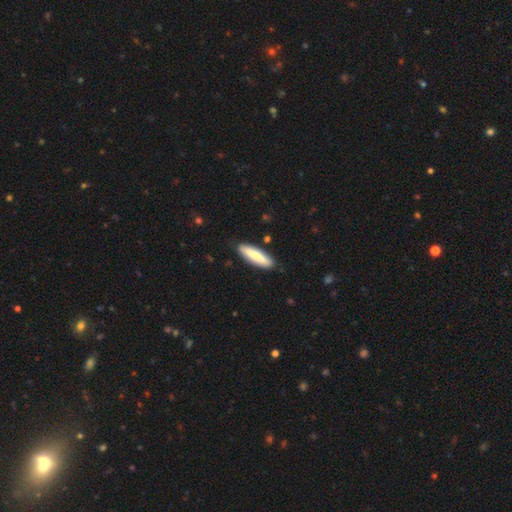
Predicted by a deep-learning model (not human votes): Overall: smooth (67%; featured or disk 28%). How rounded: cigar-shaped (66%; in between 32%). Merging: none (86%).